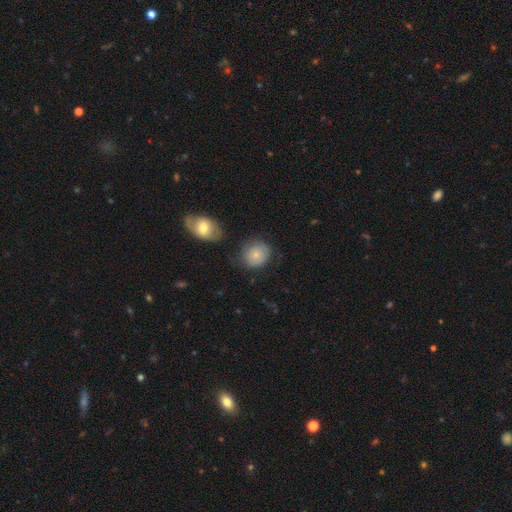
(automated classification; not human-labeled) The model was most divided on "merging": none: 65%, minor disturbance: 21%, major disturbance: 7%, merger: 7%. More confident: how rounded — round (79%); smooth or featured — smooth (75%).